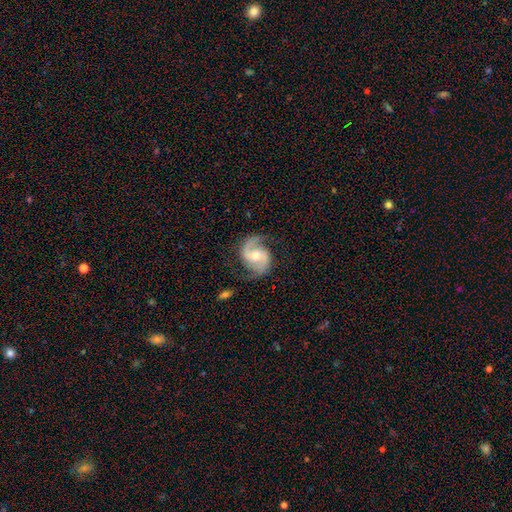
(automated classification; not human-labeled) Q: Smooth or featured?
A: featured or disk (91%); runner-up: smooth (5%)
Q: Edge-on disk?
A: no (98%); runner-up: yes (2%)
Q: Bar?
A: weak (46%); runner-up: no (41%)
Q: Spiral arms?
A: yes (98%); runner-up: no (2%)
Q: Spiral winding?
A: medium (58%); runner-up: loose (23%)
Q: Spiral arm count?
A: 2 (93%); runner-up: 1 (2%)
Q: Bulge size?
A: moderate (64%); runner-up: small (27%)
Q: Merging?
A: none (78%); runner-up: minor disturbance (15%)